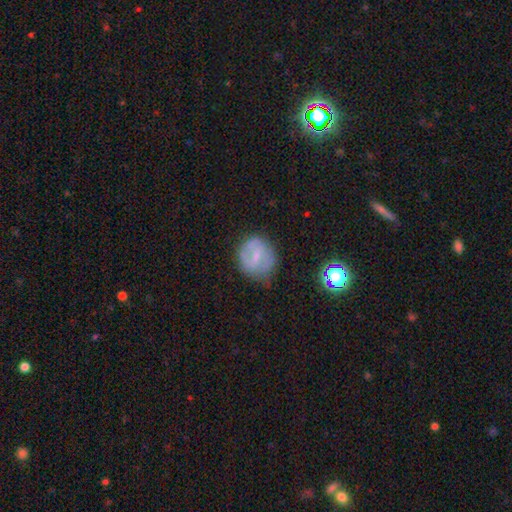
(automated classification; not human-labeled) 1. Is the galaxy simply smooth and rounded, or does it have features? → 47% featured or disk, 44% smooth, 9% star or artifact.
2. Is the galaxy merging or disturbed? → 60% none, 28% minor disturbance, 10% major disturbance, 2% merger.